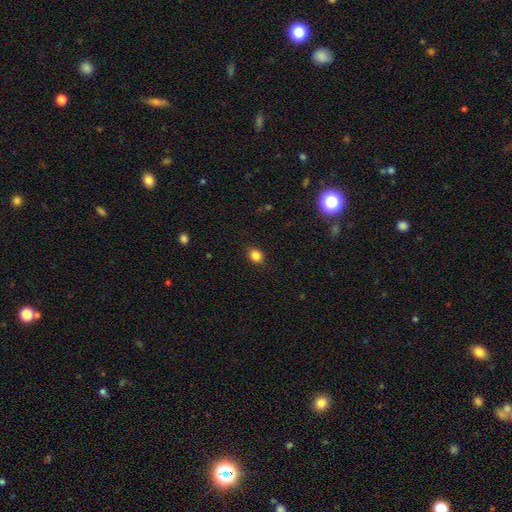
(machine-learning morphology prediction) smooth-or-featured: smooth: 85% | star or artifact: 11% | featured or disk: 4%
  how-rounded: round: 52% | in between: 47% | cigar-shaped: 1%
  merging: none: 89% | minor disturbance: 8% | major disturbance: 2% | merger: 1%